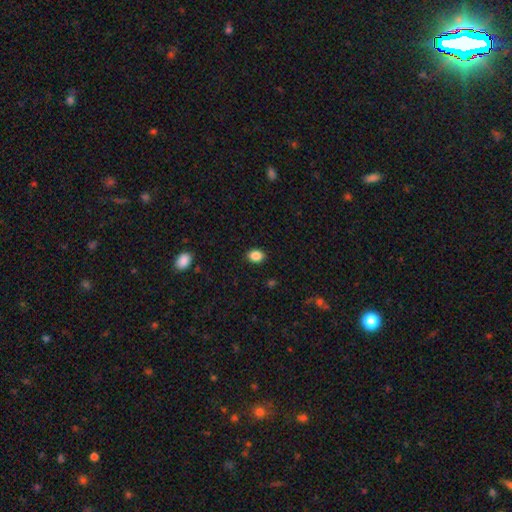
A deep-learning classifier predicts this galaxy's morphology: Q: Smooth or featured?
A: smooth (87%); runner-up: star or artifact (10%)
Q: How rounded?
A: in between (59%); runner-up: round (40%)
Q: Merging?
A: none (89%); runner-up: minor disturbance (8%)